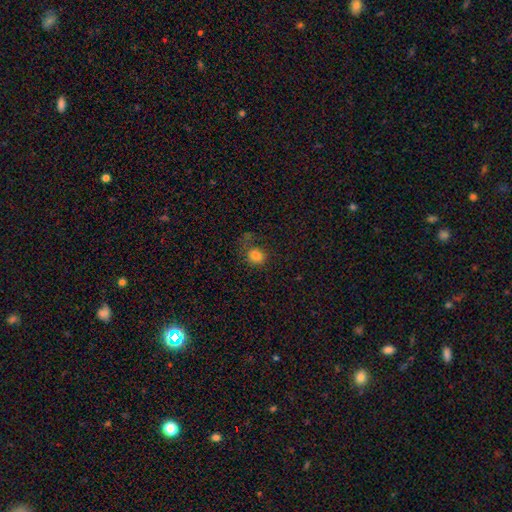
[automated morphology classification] smooth_or_featured: smooth (p=0.81) [alt: star or artifact p=0.13]
how_rounded: round (p=0.71) [alt: in between p=0.28]
merging: none (p=0.65) [alt: minor disturbance p=0.17]